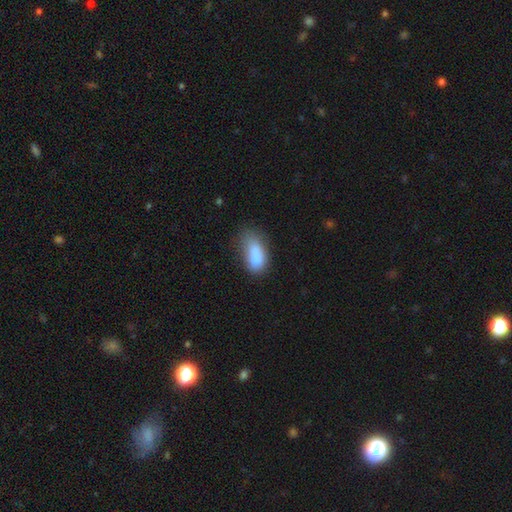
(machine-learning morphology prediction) Overall: smooth (78%). How rounded: in between (87%). Merging: none (36%; minor disturbance 32%).